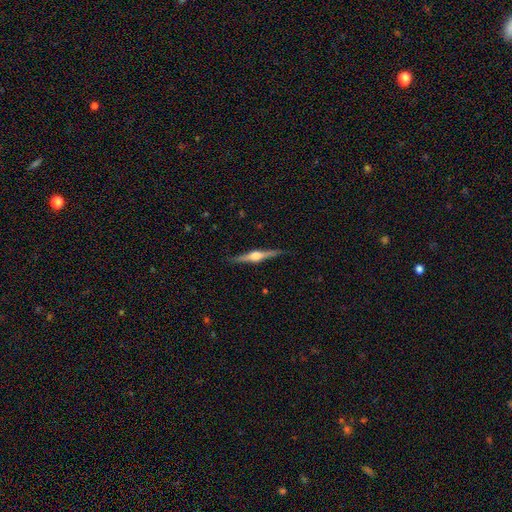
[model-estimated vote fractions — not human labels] Overall: featured or disk (81%). Edge-on disk: yes (98%). Edge-on bulge: rounded (94%). Merging: none (90%).